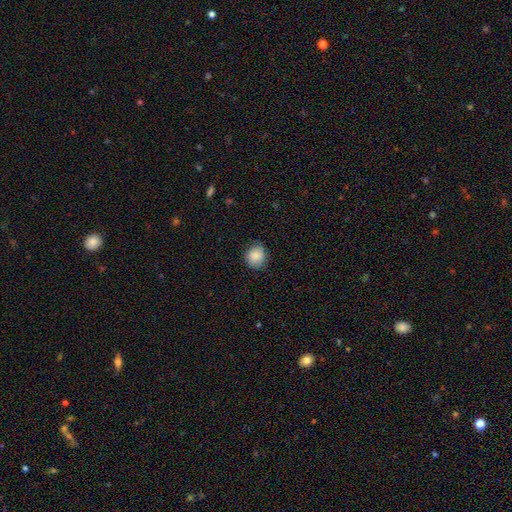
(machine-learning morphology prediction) smooth 88%, star or artifact 8%, featured or disk 4%. Down the decision tree: how rounded — round (80%); merging — none (82%).